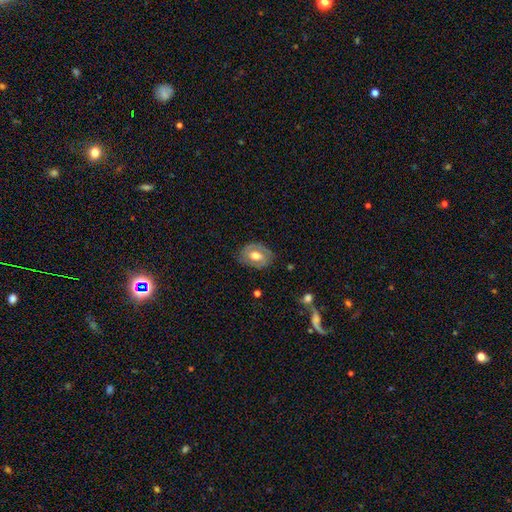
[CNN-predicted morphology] Smooth or featured? Predicted: featured or disk (p=0.52). Edge-on disk? Predicted: no (p=0.93). Merging? Predicted: none (p=0.77).